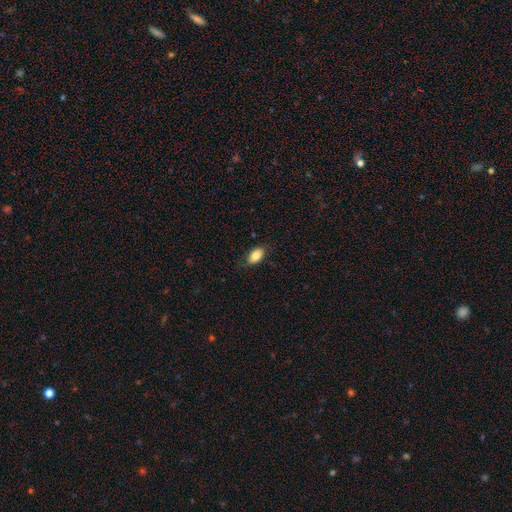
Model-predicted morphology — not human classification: smooth 83%, featured or disk 9%, star or artifact 7%. Down the decision tree: how rounded — in between (92%); merging — none (78%).